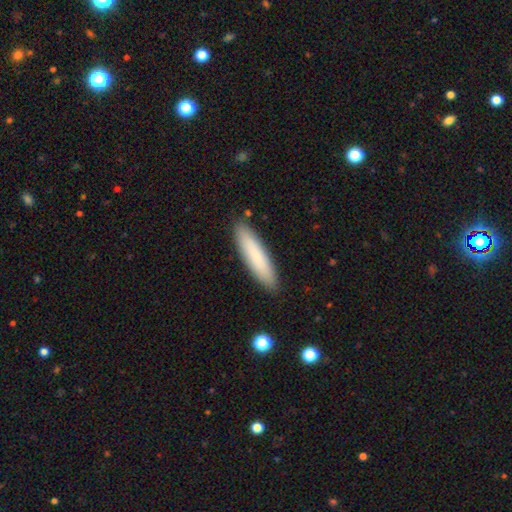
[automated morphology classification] The model was most divided on "how rounded": cigar-shaped: 79%, in between: 19%, round: 1%. More confident: merging — none (90%); smooth or featured — smooth (82%).